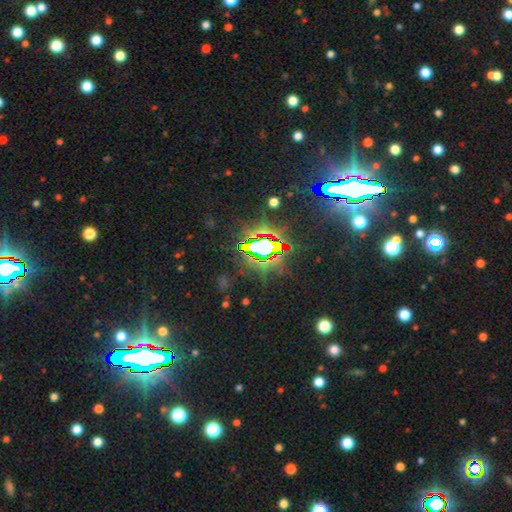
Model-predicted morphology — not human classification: smooth_or_featured: star or artifact (p=0.82) [alt: smooth p=0.10]